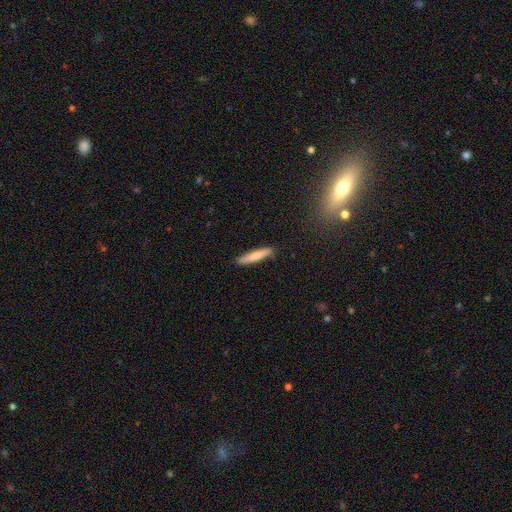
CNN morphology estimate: A smooth galaxy with no disk features (78%) that is cigar-shaped (91%).

Vote fractions:
- Smooth or featured? smooth: 78% / featured or disk: 17% / star or artifact: 6%
- How rounded? cigar-shaped: 91% / in between: 8% / round: 1%
- Merging? none: 87% / minor disturbance: 10% / major disturbance: 2% / merger: 1%